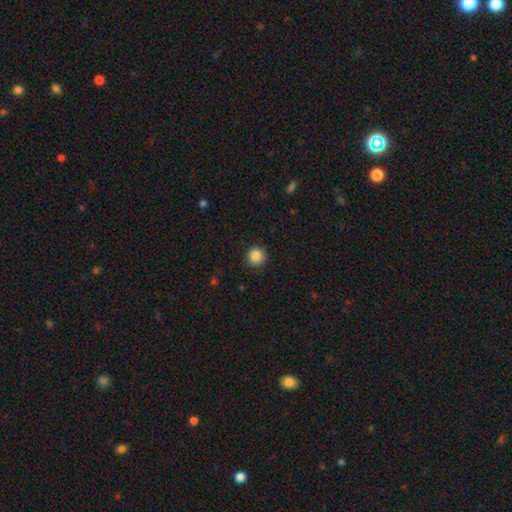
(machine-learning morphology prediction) A smooth galaxy with no disk features (86%) that is round (93%).

Vote fractions:
- Smooth or featured? smooth: 86% / star or artifact: 10% / featured or disk: 4%
- How rounded? round: 93% / in between: 6% / cigar-shaped: 1%
- Merging? none: 90% / minor disturbance: 7% / major disturbance: 2% / merger: 1%